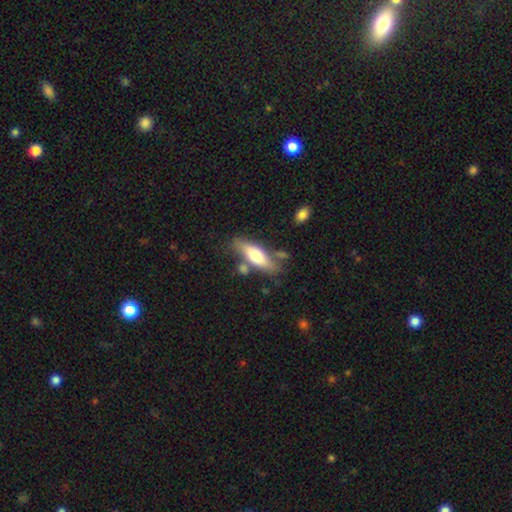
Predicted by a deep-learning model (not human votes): smooth 58%, featured or disk 36%, star or artifact 6%. Down the decision tree: how rounded — in between (49%, tied with cigar-shaped); merging — none (67%).